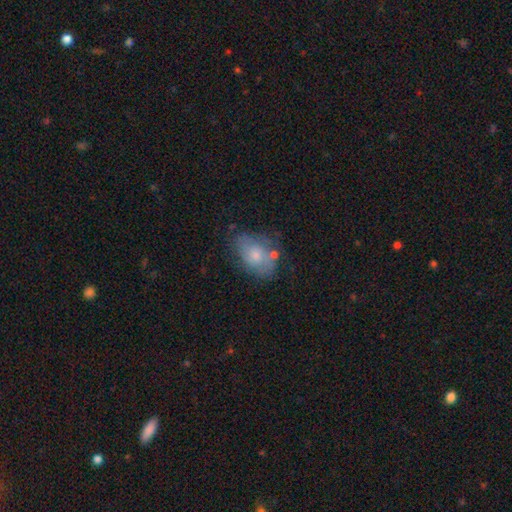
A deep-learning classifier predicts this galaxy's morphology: Overall: smooth (60%; featured or disk 31%). How rounded: in between (79%). Merging: none (56%; minor disturbance 26%).